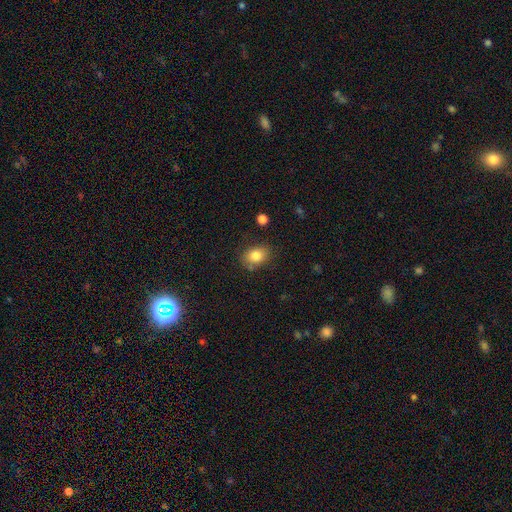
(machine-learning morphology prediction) This is clearly a smooth galaxy (83%). How rounded: likely in between (67%). Merging: likely none (76%).